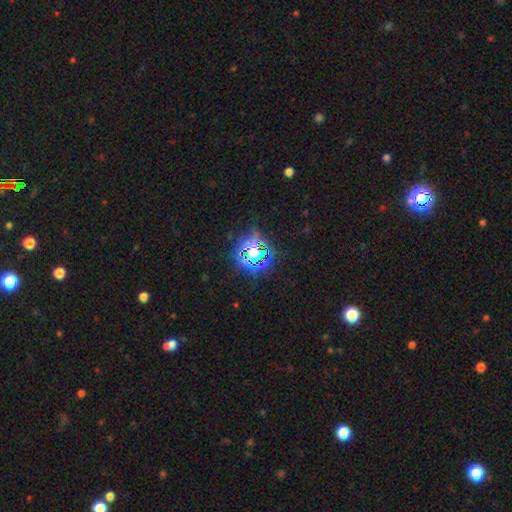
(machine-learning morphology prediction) Smooth or featured? Predicted: star or artifact (p=0.74).